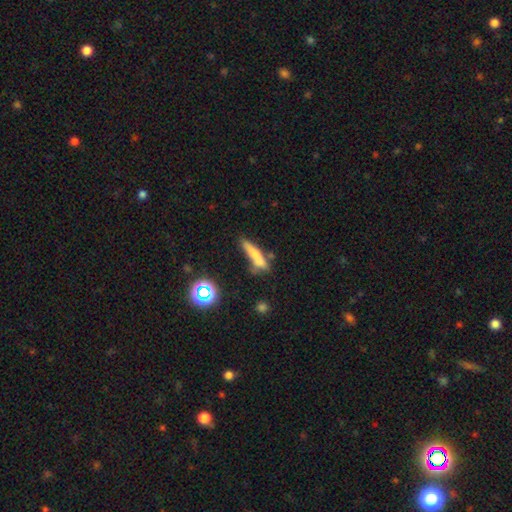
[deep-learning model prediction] Overall: smooth (66%). How rounded: cigar-shaped (83%). Merging: none (53%; minor disturbance 25%).